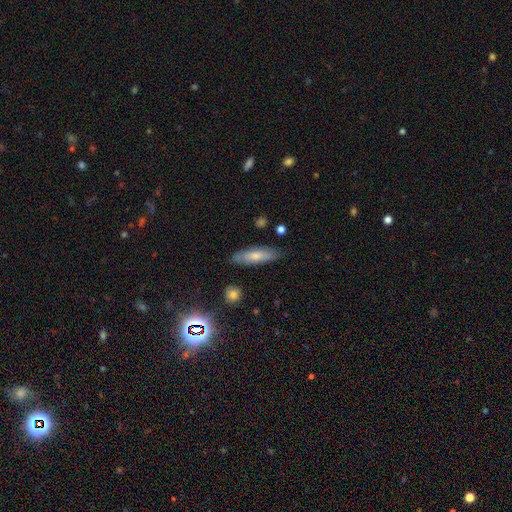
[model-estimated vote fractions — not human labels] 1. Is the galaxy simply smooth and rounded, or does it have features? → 68% smooth, 25% featured or disk, 7% star or artifact.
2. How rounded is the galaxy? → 54% cigar-shaped, 44% in between, 2% round.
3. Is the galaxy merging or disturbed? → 82% none, 14% minor disturbance, 3% major disturbance, 2% merger.